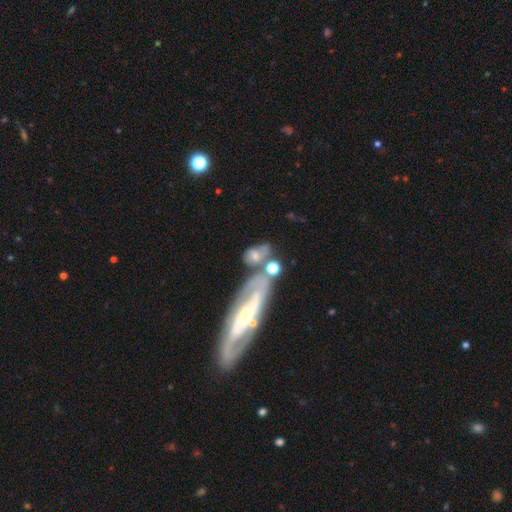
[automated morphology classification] Q: Smooth or featured?
A: smooth (49%); runner-up: featured or disk (41%)
Q: Merging?
A: merger (34%); runner-up: none (33%)